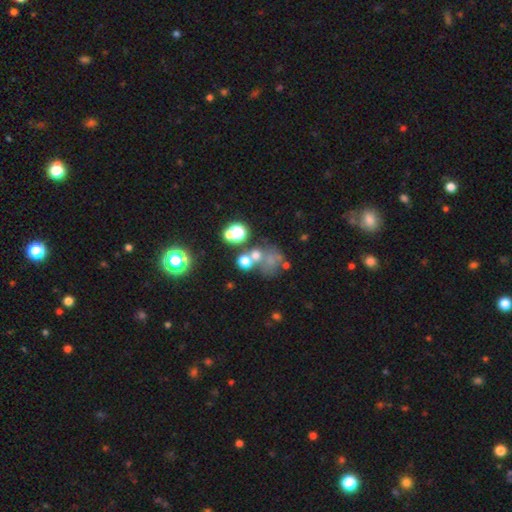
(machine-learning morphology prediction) Smooth or featured? Predicted: smooth (p=0.52). How rounded? Predicted: round (p=0.77). Merging? Predicted: none (p=0.44).